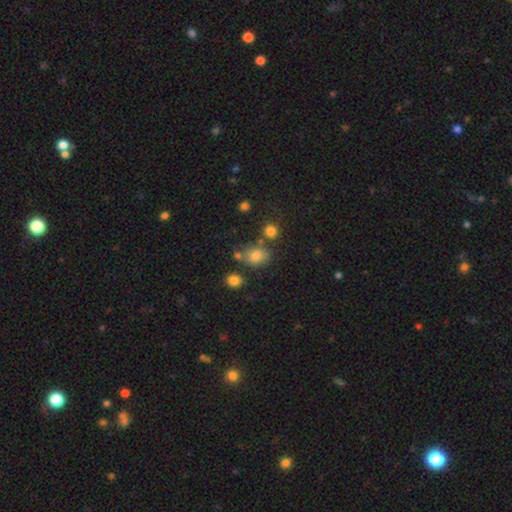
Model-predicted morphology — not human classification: Smooth or featured? smooth (77%)
How rounded? in between (55%)
Merging? none (68%)